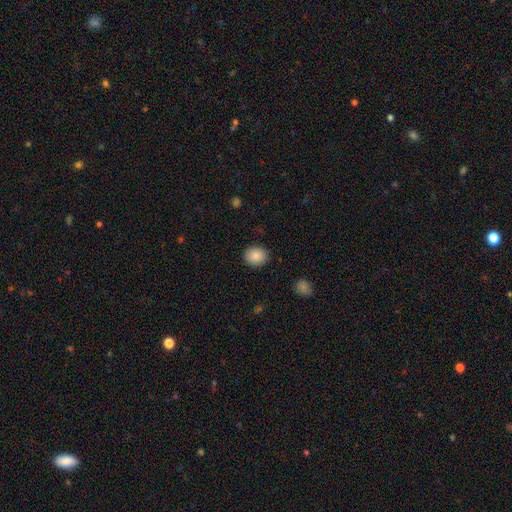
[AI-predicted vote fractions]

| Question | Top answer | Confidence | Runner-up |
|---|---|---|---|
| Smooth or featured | smooth | 87% | star or artifact (8%) |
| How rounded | round | 58% | in between (42%) |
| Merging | none | 89% | minor disturbance (8%) |